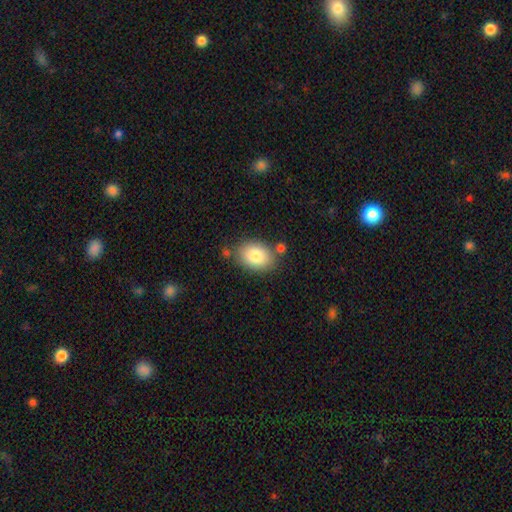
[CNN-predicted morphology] Smooth or featured? Predicted: smooth (p=0.84). How rounded? Predicted: in between (p=0.82). Merging? Predicted: none (p=0.75).